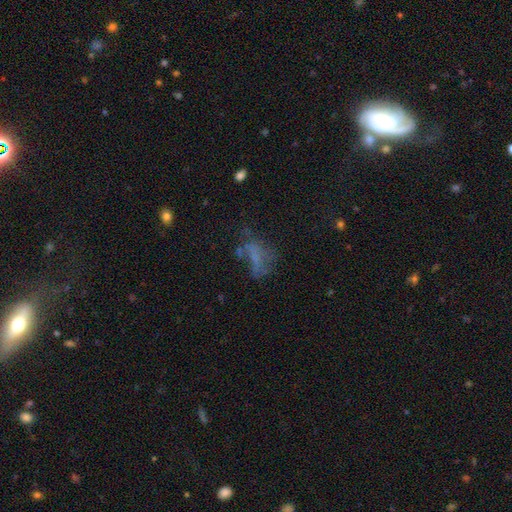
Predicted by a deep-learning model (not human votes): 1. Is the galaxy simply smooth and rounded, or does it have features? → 38% smooth, 37% featured or disk, 25% star or artifact.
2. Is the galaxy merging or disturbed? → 36% major disturbance (tied), 36% none (tied), 19% minor disturbance, 9% merger.